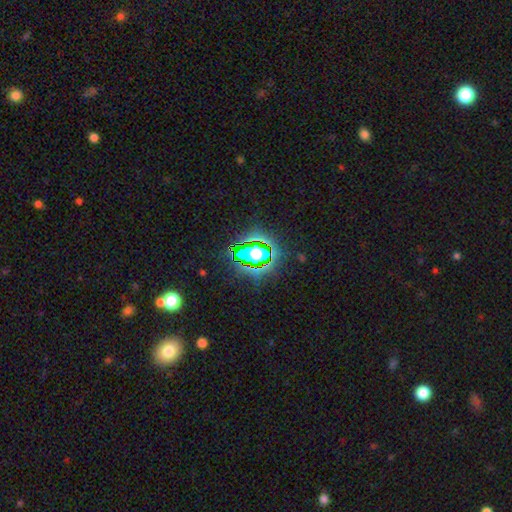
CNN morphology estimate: Smooth or featured? Predicted: star or artifact (p=0.78).